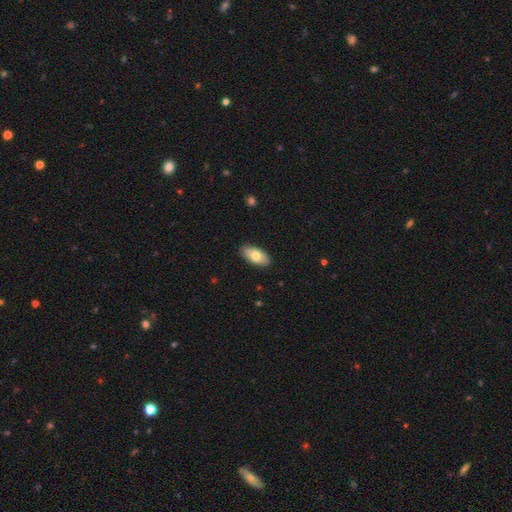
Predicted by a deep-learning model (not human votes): smooth 74%, featured or disk 20%, star or artifact 6%. Down the decision tree: how rounded — in between (92%); merging — none (88%).